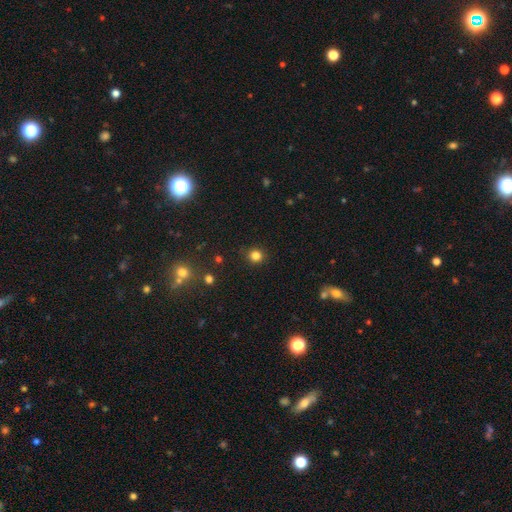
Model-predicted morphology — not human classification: This appears to be a smooth galaxy with no disk features (82%) that is round (91%). Merging: none (90%).